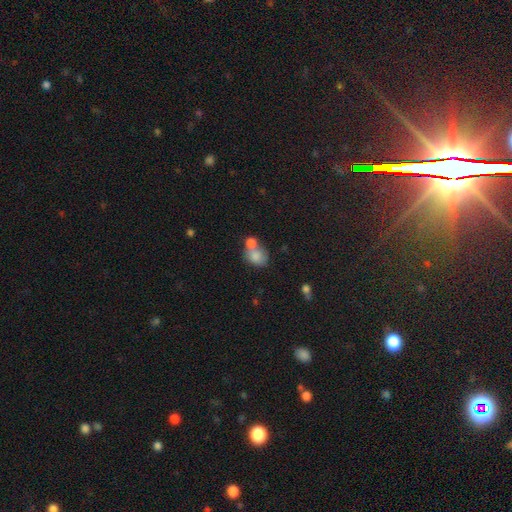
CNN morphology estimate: This appears to be a smooth galaxy with no disk features (80%) that is in between round and cigar-shaped (49%, tied with round). Merging: merger (53%).